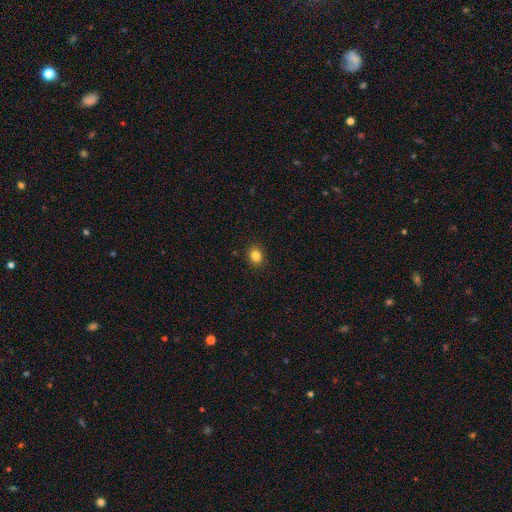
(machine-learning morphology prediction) Smooth or featured? Predicted: smooth (p=0.84). How rounded? Predicted: round (p=0.60). Merging? Predicted: none (p=0.90).